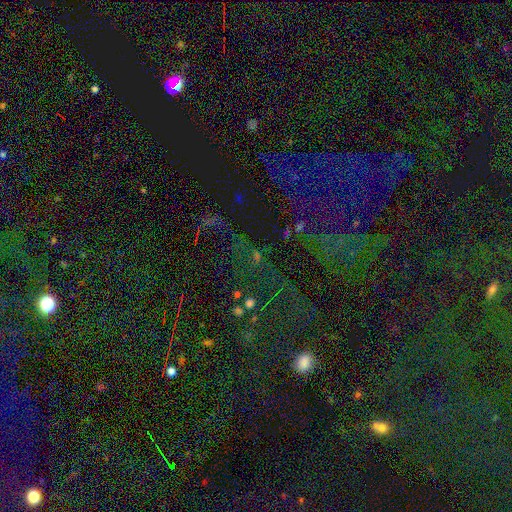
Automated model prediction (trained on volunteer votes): Q: Smooth or featured?
A: star or artifact (78%); runner-up: smooth (13%)